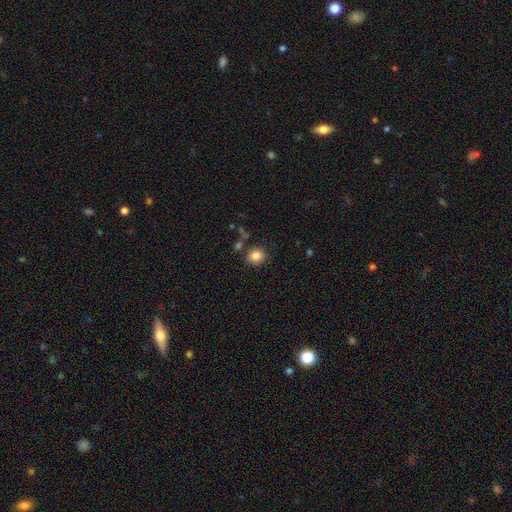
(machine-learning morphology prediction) Overall: smooth (85%). How rounded: round (84%). Merging: none (81%).